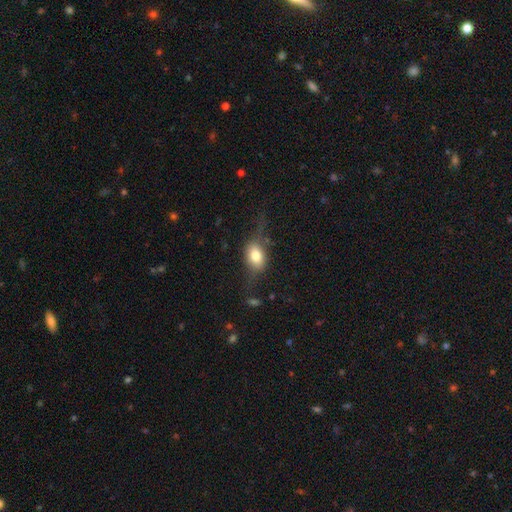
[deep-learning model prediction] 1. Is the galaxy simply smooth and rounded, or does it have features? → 69% smooth, 23% featured or disk, 8% star or artifact.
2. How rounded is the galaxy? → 75% in between, 21% round, 4% cigar-shaped.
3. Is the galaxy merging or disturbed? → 51% none, 27% minor disturbance, 20% major disturbance, 2% merger.